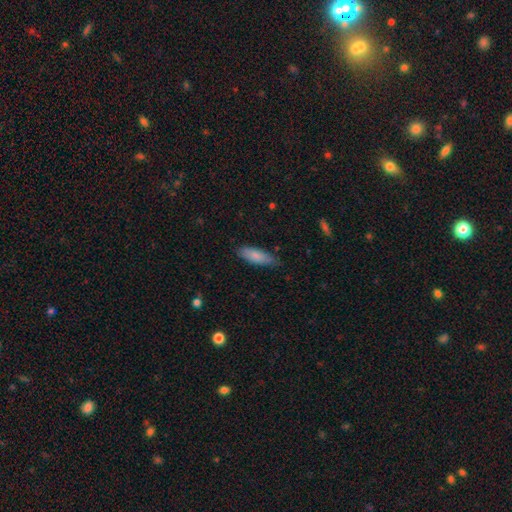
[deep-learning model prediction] Morphology: type=smooth (83%); roundness=in between (57%); merging=none (74%).